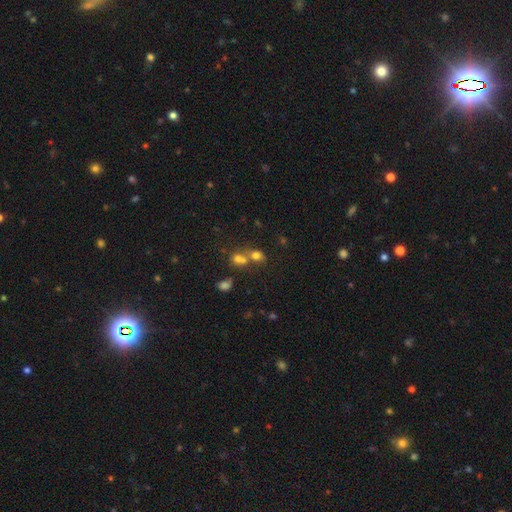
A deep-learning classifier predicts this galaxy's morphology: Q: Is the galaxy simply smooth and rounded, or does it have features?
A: smooth — 69%.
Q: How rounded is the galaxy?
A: round — 60%.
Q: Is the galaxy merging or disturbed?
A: merger — 52%.